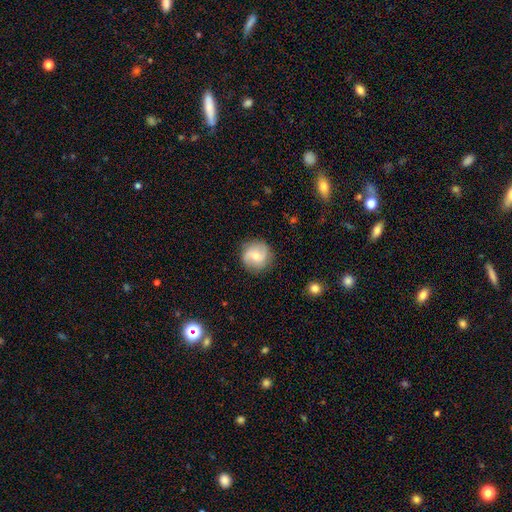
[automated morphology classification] Overall: featured or disk (55%; smooth 38%). Edge-on disk: no (97%). Bar: no (46%; weak 43%). Spiral arms: yes (87%). Bulge size: moderate (50%; small 45%). Merging: none (84%).